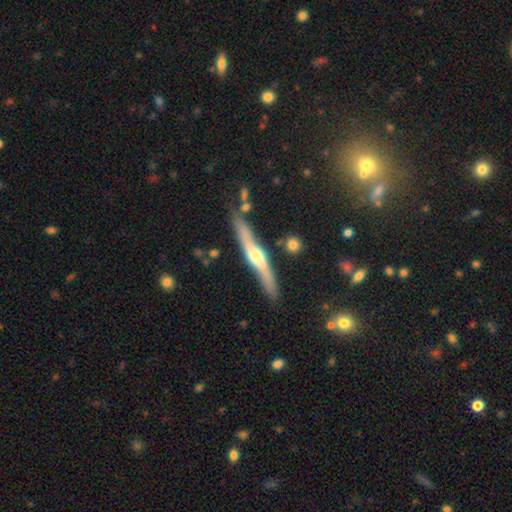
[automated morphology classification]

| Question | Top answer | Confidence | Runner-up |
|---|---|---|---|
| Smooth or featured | featured or disk | 69% | smooth (26%) |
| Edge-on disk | yes | 93% | no (7%) |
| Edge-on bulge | rounded | 78% | boxy (14%) |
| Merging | none | 79% | minor disturbance (14%) |